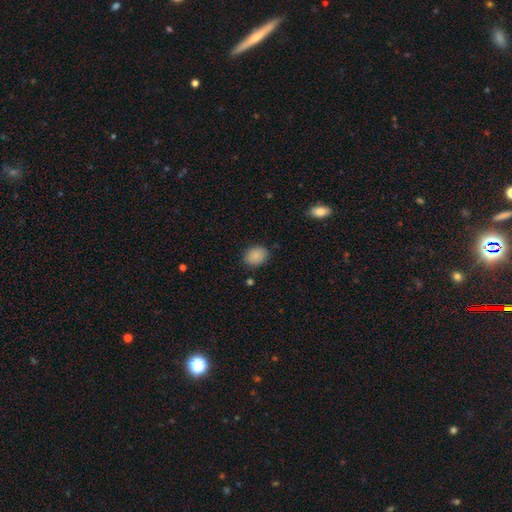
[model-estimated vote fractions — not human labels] Smooth or featured? Predicted: smooth (p=0.88). How rounded? Predicted: in between (p=0.50). Merging? Predicted: none (p=0.84).